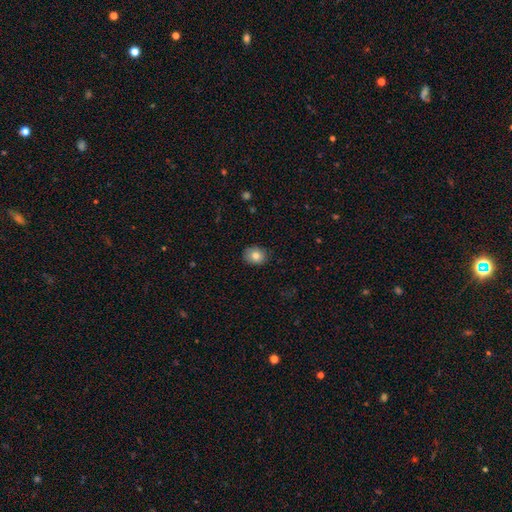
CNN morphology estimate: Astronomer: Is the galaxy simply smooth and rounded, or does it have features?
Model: smooth — 82%.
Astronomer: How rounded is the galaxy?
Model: round — 56% (runner-up: in between, 43%).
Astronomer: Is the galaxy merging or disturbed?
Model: none — 85%.